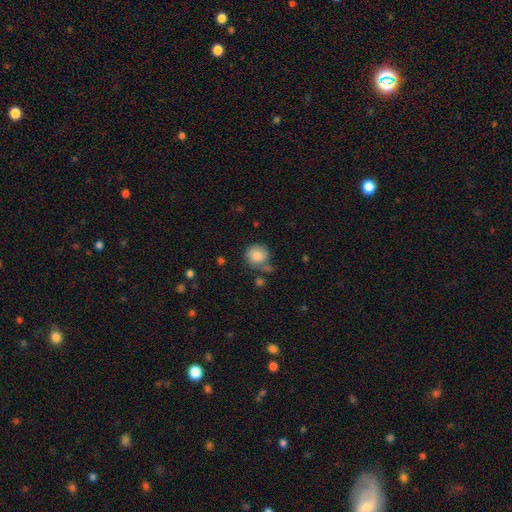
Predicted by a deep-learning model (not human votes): Morphology: type=smooth (83%); roundness=round (89%); merging=none (65%).